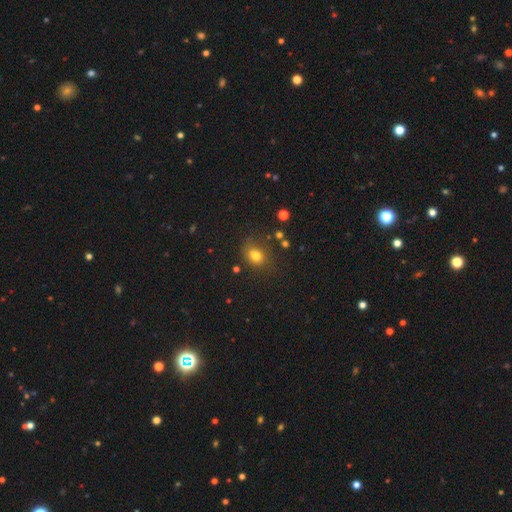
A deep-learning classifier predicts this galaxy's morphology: type=smooth (75%); roundness=round (50%); merging=none (71%).